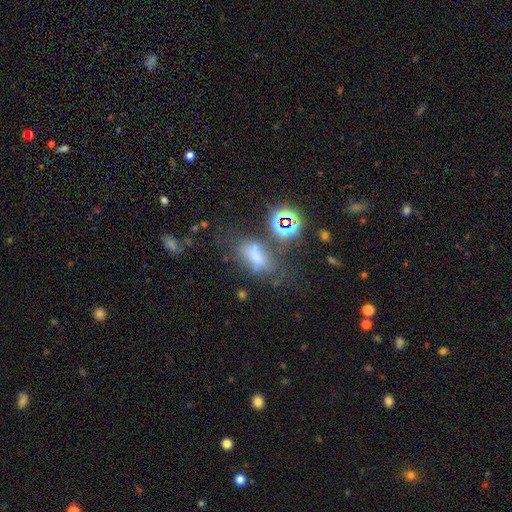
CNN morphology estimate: The model was most divided on "merging": none: 39%, minor disturbance: 21%, major disturbance: 20%, merger: 20%. More confident: how rounded — in between (83%); smooth or featured — smooth (56%).